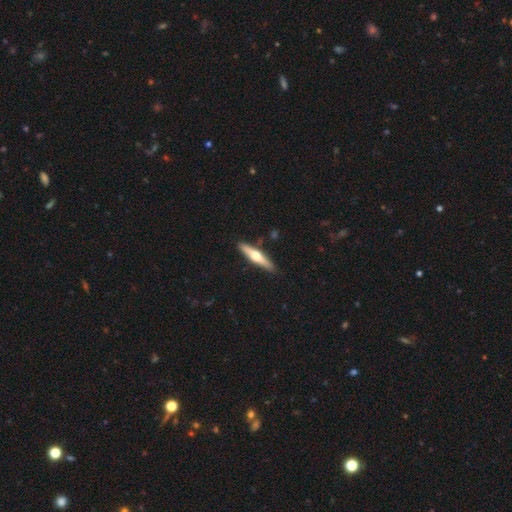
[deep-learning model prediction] A featured or disk galaxy (56%) viewed edge-on (94%) with a rounded central bulge (93%).

Vote fractions:
- Smooth or featured? featured or disk: 56% / smooth: 39% / star or artifact: 5%
- Edge-on disk? yes: 94% / no: 6%
- Edge-on bulge? rounded: 93% / none: 4% / boxy: 3%
- Merging? none: 88% / minor disturbance: 8% / merger: 2% / major disturbance: 2%